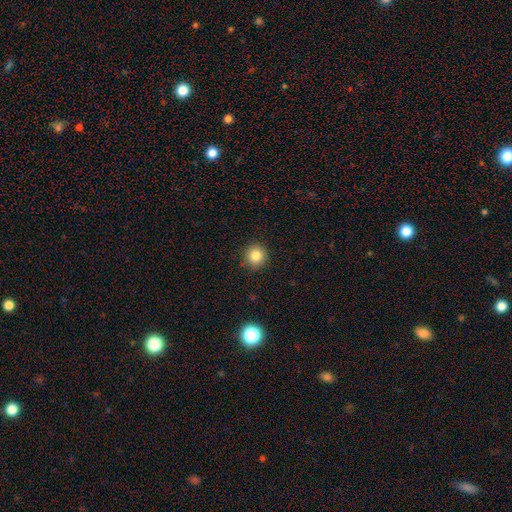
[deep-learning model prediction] Morphology: type=smooth (83%); roundness=round (93%); merging=none (90%).